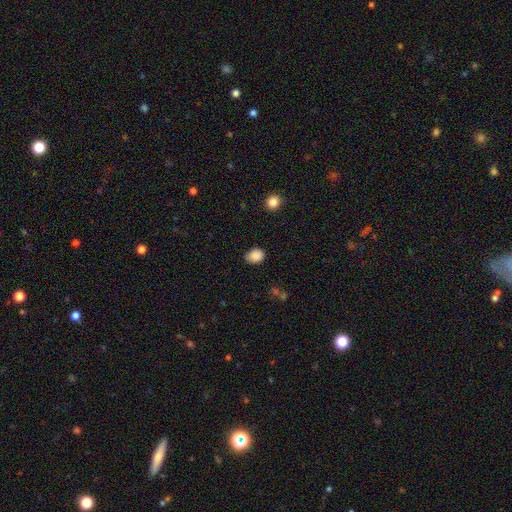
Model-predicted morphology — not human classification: Smooth or featured: smooth — 87% (star or artifact — 9%)
How rounded: in between — 56% (round — 43%)
Merging: none — 77% (minor disturbance — 18%)